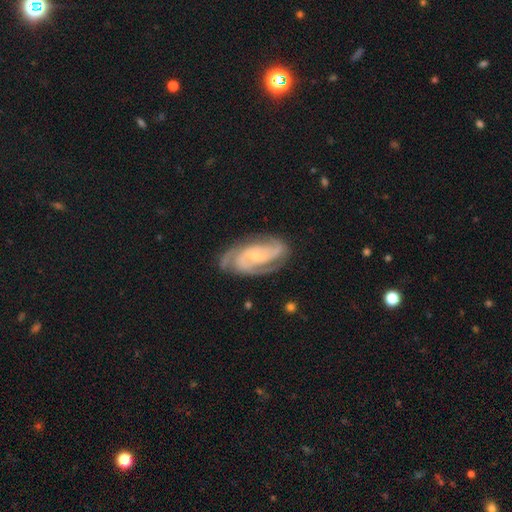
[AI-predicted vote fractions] Smooth or featured? Predicted: featured or disk (p=0.90). Edge-on disk? Predicted: no (p=0.97). Bar? Predicted: no (p=0.55). Spiral arms? Predicted: yes (p=0.98). Spiral winding? Predicted: tight (p=0.56). Spiral arm count? Predicted: 2 (p=0.47). Bulge size? Predicted: small (p=0.75). Merging? Predicted: none (p=0.77).